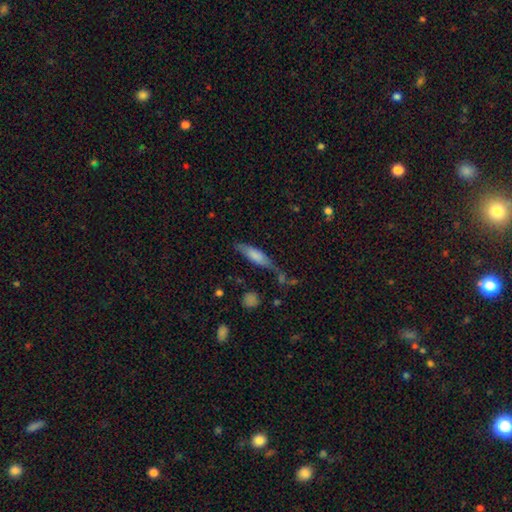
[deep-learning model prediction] Morphology: type=smooth (69%); roundness=cigar-shaped (56%); merging=none (50%).